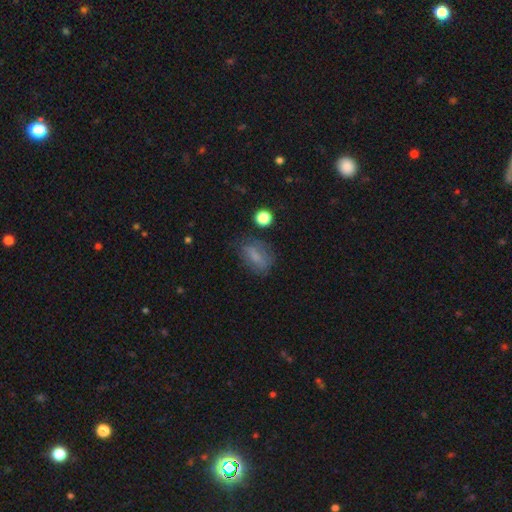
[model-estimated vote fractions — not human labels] Q: Smooth or featured?
A: smooth (65%); runner-up: featured or disk (23%)
Q: How rounded?
A: in between (75%); runner-up: round (17%)
Q: Merging?
A: none (64%); runner-up: minor disturbance (23%)